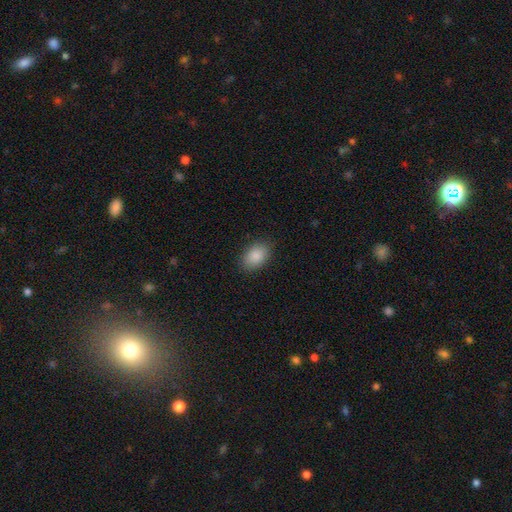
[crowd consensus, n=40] Overall: smooth (95%). How rounded: in between (95%). Merging: none (97%).